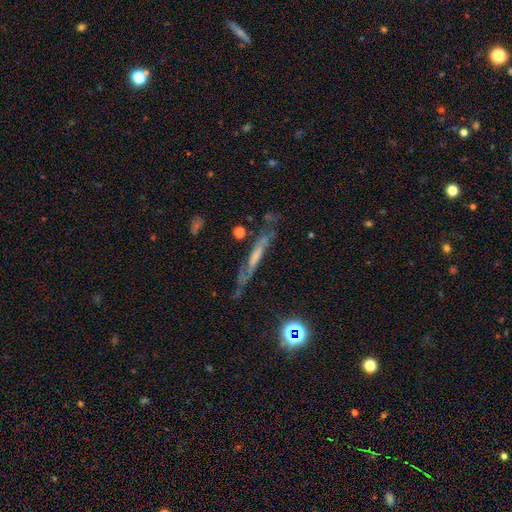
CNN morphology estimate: Overall: featured or disk (64%). Edge-on disk: yes (59%; no 41%). Merging: none (65%).